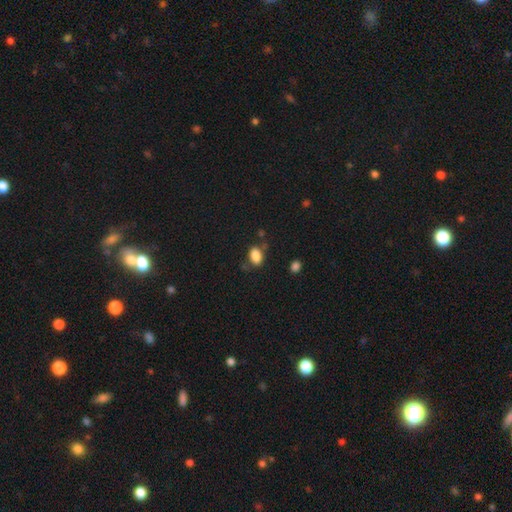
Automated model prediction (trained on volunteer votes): Q: Smooth or featured?
A: smooth (86%); runner-up: star or artifact (9%)
Q: How rounded?
A: in between (88%); runner-up: round (10%)
Q: Merging?
A: none (72%); runner-up: minor disturbance (18%)